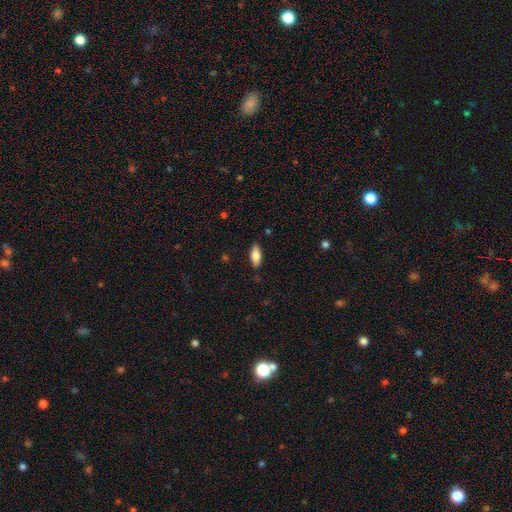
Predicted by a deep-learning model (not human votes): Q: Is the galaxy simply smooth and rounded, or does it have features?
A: smooth — 79%.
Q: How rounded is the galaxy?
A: in between — 77%.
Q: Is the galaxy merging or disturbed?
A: none — 86%.